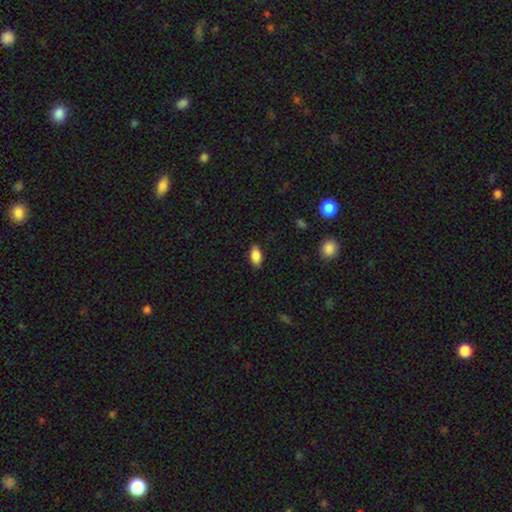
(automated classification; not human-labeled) Smooth or featured?
  - smooth: 85% *
  - featured or disk: 8%
  - star or artifact: 7%
How rounded?
  - in between: 90% *
  - cigar-shaped: 6%
  - round: 4%
Merging?
  - none: 86% *
  - minor disturbance: 11%
  - major disturbance: 2%
  - merger: 1%